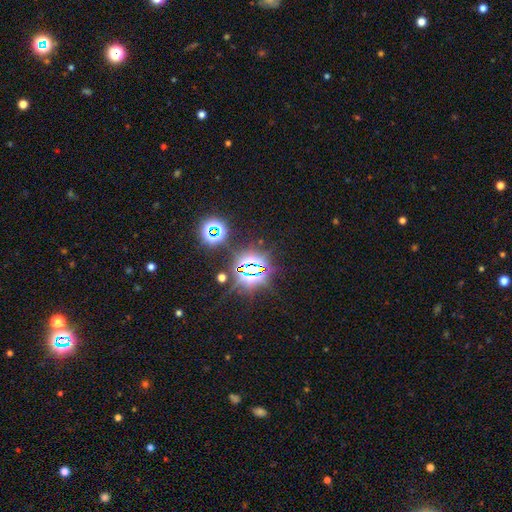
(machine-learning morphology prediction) Smooth or featured? star or artifact (83%)